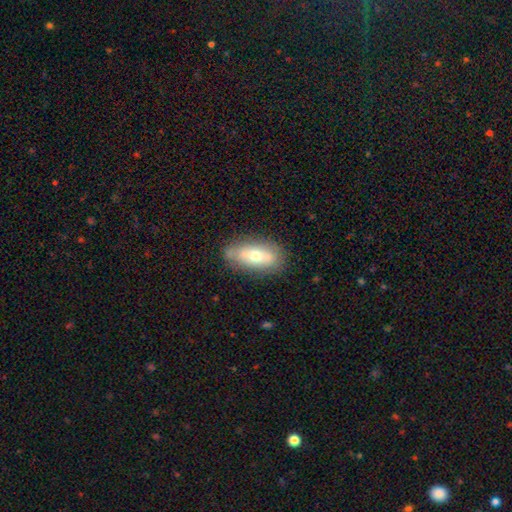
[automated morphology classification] Smooth or featured? smooth (57%)
How rounded? in between (84%)
Merging? none (77%)